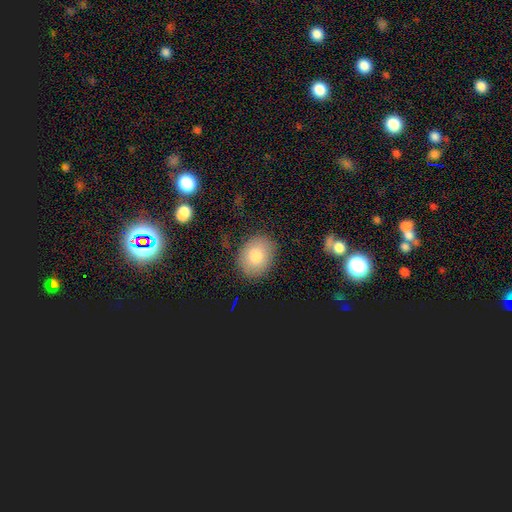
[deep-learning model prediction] This is likely a smooth galaxy (79%). How rounded: possibly round (54%). Merging: clearly none (85%).